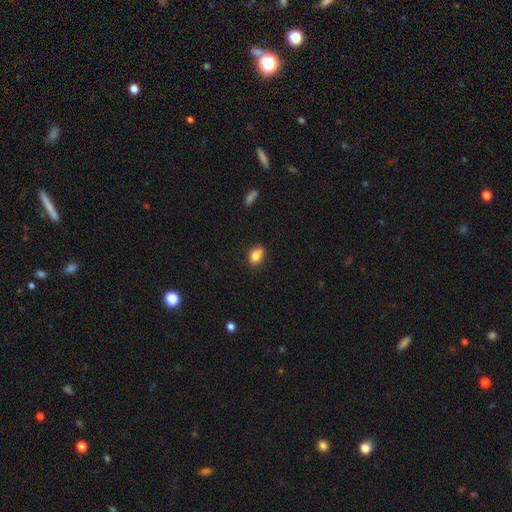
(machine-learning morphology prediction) Q: Smooth or featured?
A: smooth (81%); runner-up: star or artifact (10%)
Q: How rounded?
A: in between (59%); runner-up: round (39%)
Q: Merging?
A: none (56%); runner-up: minor disturbance (26%)